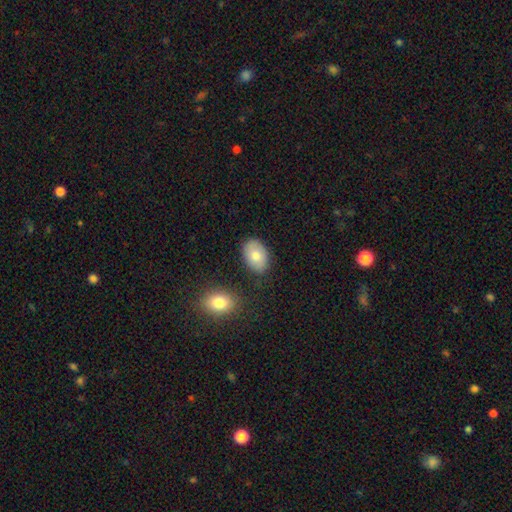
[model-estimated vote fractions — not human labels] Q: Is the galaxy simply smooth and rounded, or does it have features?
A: smooth — 79%.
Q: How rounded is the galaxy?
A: in between — 86%.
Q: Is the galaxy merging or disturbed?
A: none — 81%.